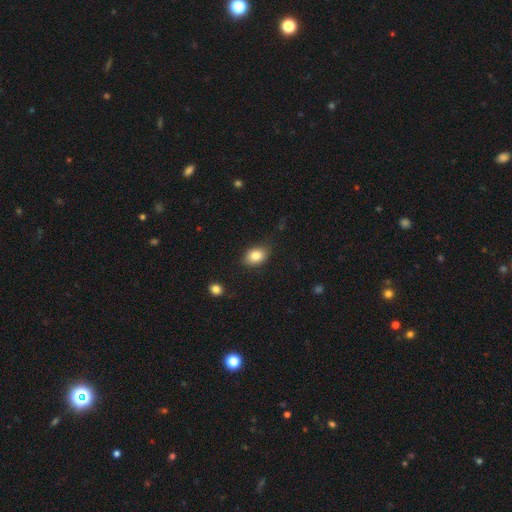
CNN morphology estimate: Overall: smooth (84%). How rounded: in between (72%). Merging: none (82%).